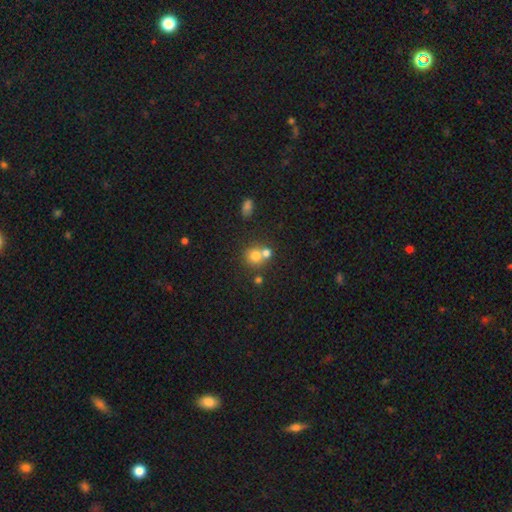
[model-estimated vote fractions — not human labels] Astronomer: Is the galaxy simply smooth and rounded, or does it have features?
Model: smooth — 74%.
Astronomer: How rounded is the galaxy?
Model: round — 84%.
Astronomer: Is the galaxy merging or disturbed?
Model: merger — 45% (runner-up: none, 44%).